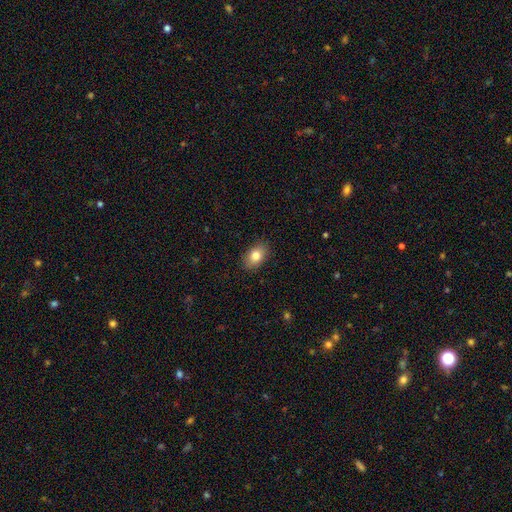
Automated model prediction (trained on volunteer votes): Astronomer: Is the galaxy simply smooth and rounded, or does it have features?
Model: smooth — 81%.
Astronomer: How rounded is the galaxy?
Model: in between — 84%.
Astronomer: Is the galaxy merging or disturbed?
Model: none — 88%.